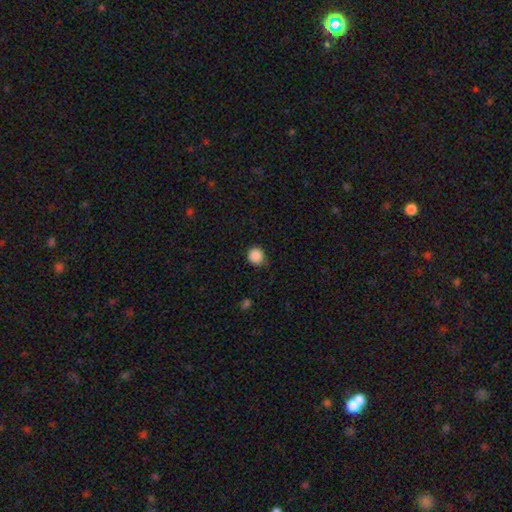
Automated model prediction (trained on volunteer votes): A smooth galaxy with no disk features (88%) that is round (92%). Merging: none (81%).